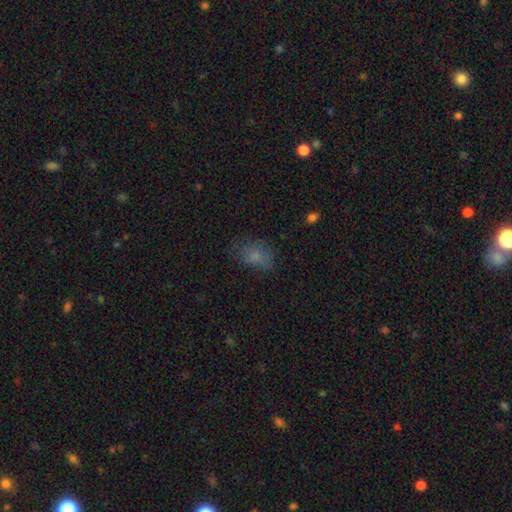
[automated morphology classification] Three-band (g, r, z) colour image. It shows a smooth galaxy with no disk features (75%) that is in between round and cigar-shaped (76%). Merging: none (59%).